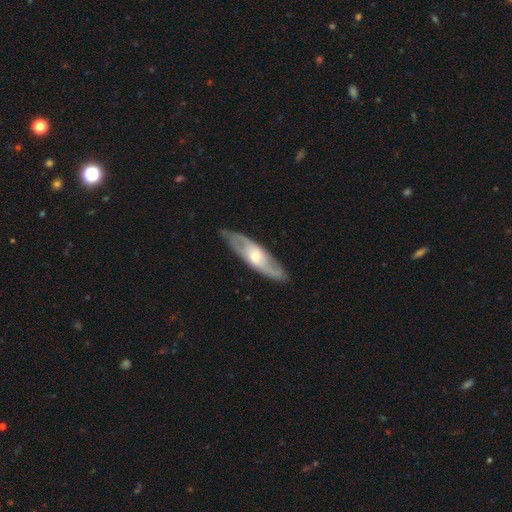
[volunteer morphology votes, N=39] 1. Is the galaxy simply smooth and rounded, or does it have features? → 72% featured or disk, 21% smooth, 8% star or artifact.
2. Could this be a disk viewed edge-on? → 79% no, 21% yes.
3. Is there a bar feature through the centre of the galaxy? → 86% no, 9% weak, 5% strong.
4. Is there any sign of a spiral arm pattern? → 59% no, 41% yes.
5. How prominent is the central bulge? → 55% small, 45% moderate, 0% dominant, 0% large, 0% none.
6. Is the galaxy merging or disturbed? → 78% none, 22% minor disturbance, 0% major disturbance, 0% merger.